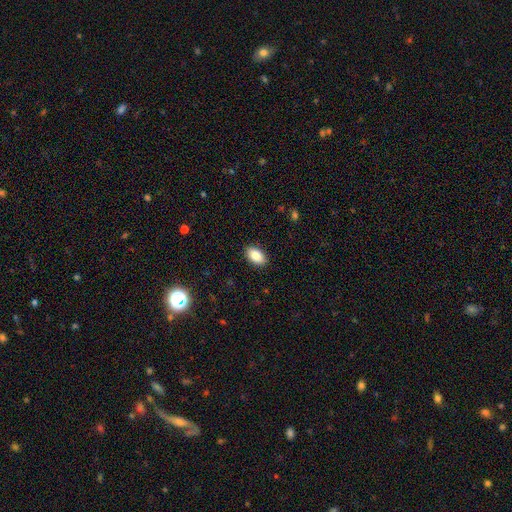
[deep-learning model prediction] A smooth galaxy with no disk features (87%) that is in between round and cigar-shaped (93%). Merging: none (90%).